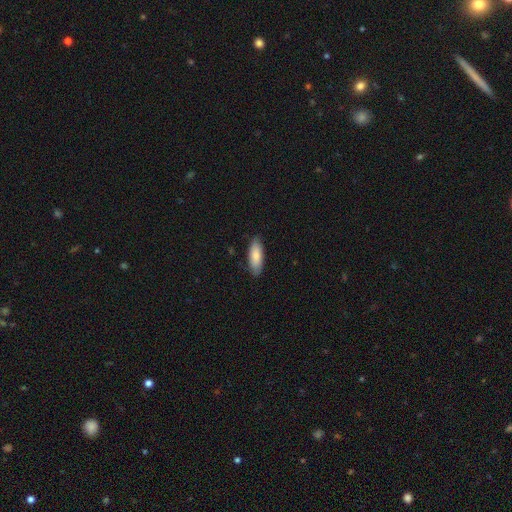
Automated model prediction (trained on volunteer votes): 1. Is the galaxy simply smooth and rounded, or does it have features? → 81% smooth, 13% featured or disk, 6% star or artifact.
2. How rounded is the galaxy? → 71% in between, 27% cigar-shaped, 2% round.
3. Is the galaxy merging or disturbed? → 84% none, 13% minor disturbance, 2% major disturbance, 1% merger.